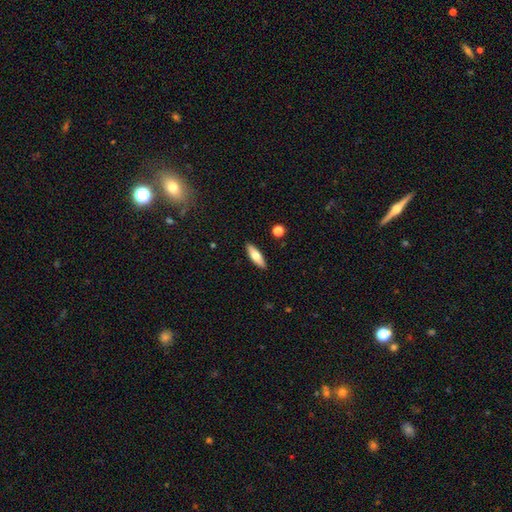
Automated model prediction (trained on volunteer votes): smooth-or-featured: smooth: 64% | featured or disk: 30% | star or artifact: 6%
  how-rounded: in between: 59% | cigar-shaped: 39% | round: 2%
  merging: none: 89% | minor disturbance: 8% | major disturbance: 2% | merger: 1%